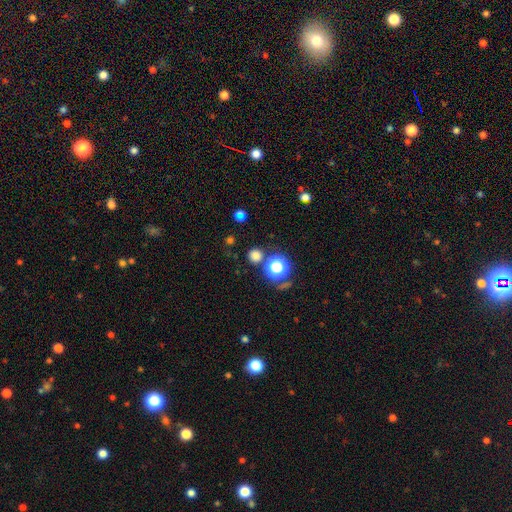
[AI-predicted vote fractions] Smooth or featured: smooth — 70% (star or artifact — 25%)
How rounded: round — 92% (in between — 7%)
Merging: none — 80% (merger — 8%)